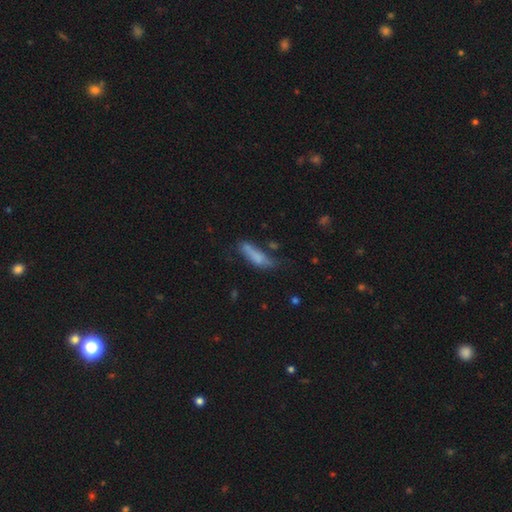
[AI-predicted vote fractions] smooth-or-featured: smooth: 71% | featured or disk: 20% | star or artifact: 9%
  how-rounded: cigar-shaped: 56% | in between: 41% | round: 2%
  merging: none: 42% | minor disturbance: 31% | major disturbance: 17% | merger: 10%